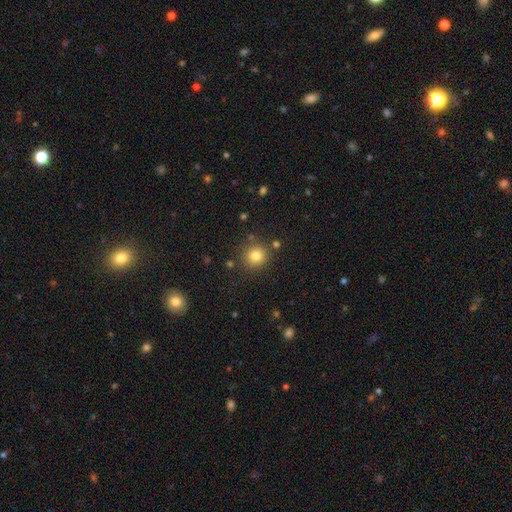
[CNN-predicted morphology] A smooth galaxy with no disk features (81%) that is round (92%).

Vote fractions:
- Smooth or featured? smooth: 81% / star or artifact: 13% / featured or disk: 6%
- How rounded? round: 92% / in between: 7% / cigar-shaped: 1%
- Merging? none: 85% / minor disturbance: 8% / merger: 4% / major disturbance: 3%